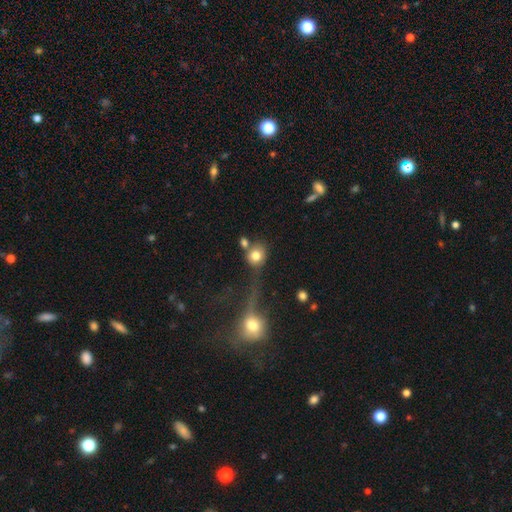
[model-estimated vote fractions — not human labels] Smooth or featured? smooth (78%)
How rounded? round (76%)
Merging? none (48%)